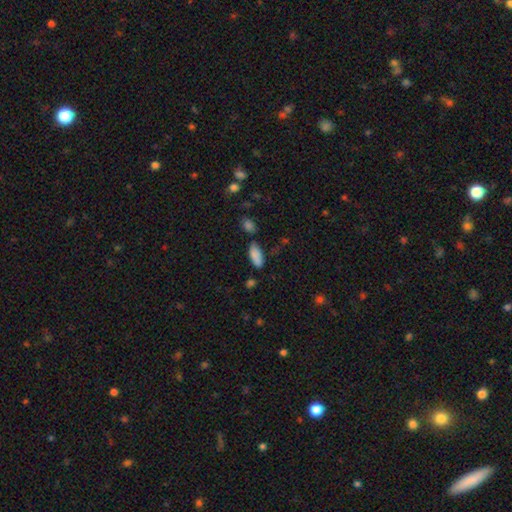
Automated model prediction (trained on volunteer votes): This appears to be a smooth galaxy with no disk features (85%) that is in between round and cigar-shaped (81%). Merging: none (68%).